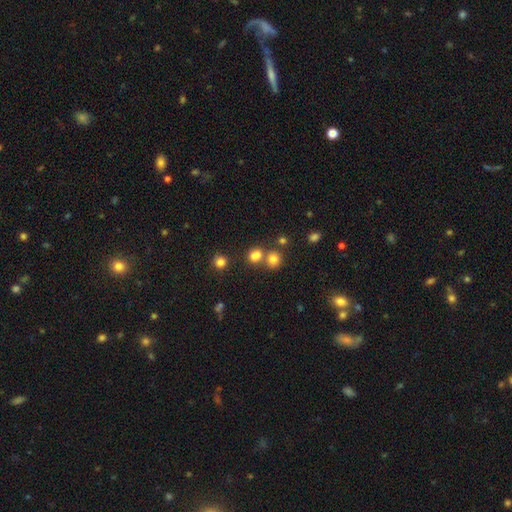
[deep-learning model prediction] Smooth or featured? smooth (77%)
How rounded? round (71%)
Merging? none (58%)